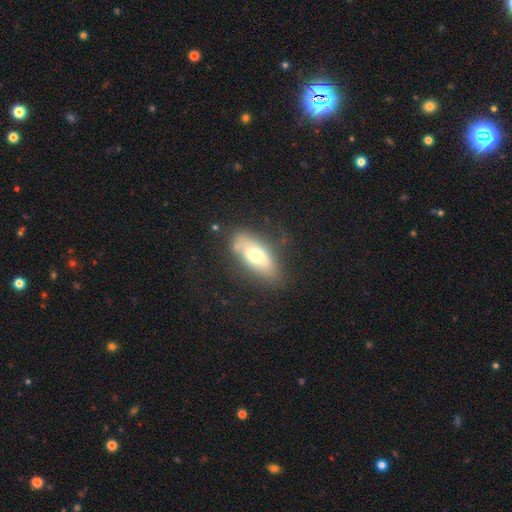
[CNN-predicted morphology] Overall: smooth (58%; featured or disk 34%). How rounded: in between (79%). Merging: none (67%).